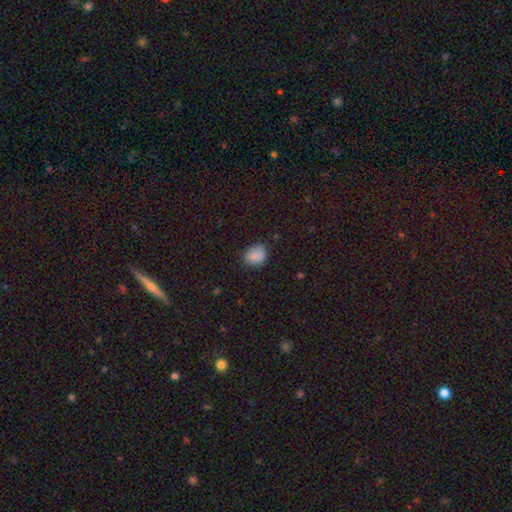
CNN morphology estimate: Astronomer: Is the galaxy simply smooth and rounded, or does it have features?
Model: smooth — 85%.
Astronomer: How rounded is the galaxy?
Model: round — 55% (runner-up: in between, 44%).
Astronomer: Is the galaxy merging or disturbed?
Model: none — 74%.